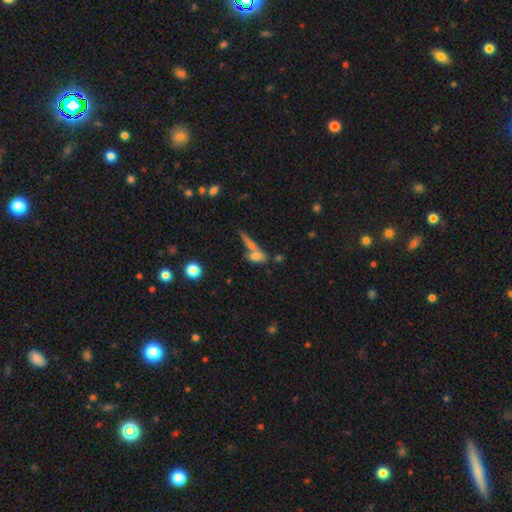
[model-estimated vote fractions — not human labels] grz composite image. It shows a smooth galaxy with no disk features (64%) that is in between round and cigar-shaped (59%). Merging: merger (46%).